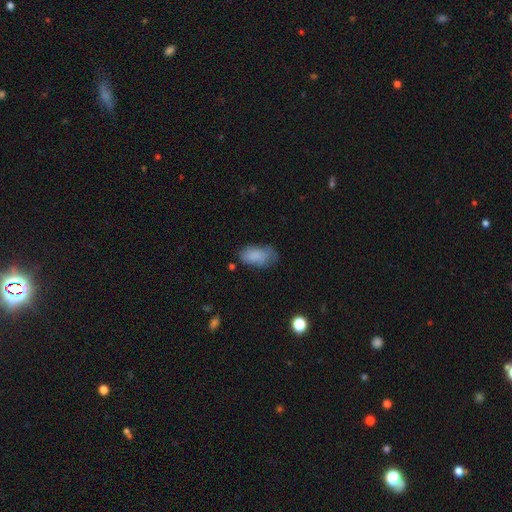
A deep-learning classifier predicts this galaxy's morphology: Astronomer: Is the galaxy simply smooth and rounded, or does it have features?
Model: smooth — 80%.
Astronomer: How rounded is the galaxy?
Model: in between — 92%.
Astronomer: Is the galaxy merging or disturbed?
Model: none — 54% (runner-up: minor disturbance, 32%).